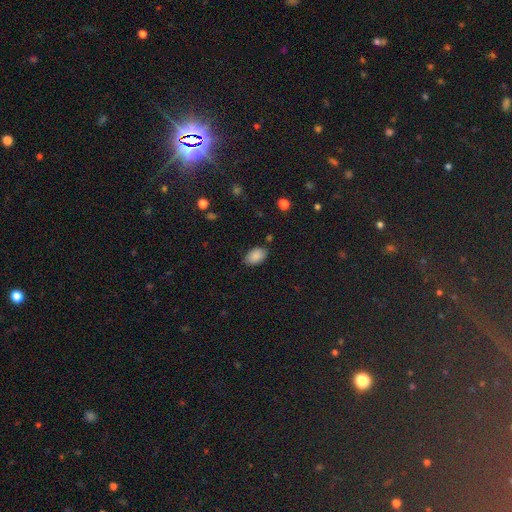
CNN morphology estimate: A smooth galaxy with no disk features (87%) that is in between round and cigar-shaped (92%). Merging: none (80%).